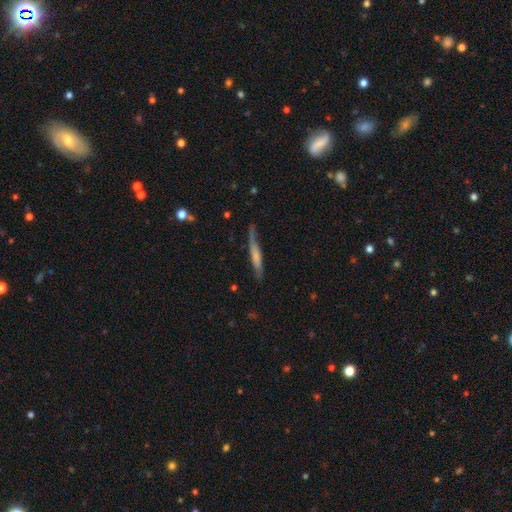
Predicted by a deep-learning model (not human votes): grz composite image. It shows a smooth galaxy with no disk features (52%) that is cigar-shaped (91%). Merging: none (60%).